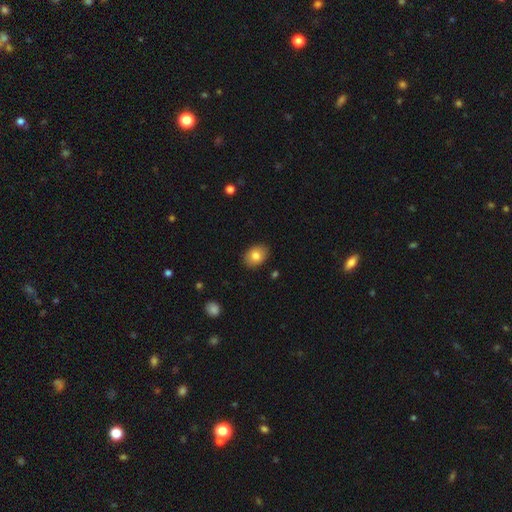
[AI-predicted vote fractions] Q: Smooth or featured?
A: smooth (82%); runner-up: featured or disk (10%)
Q: How rounded?
A: in between (72%); runner-up: round (27%)
Q: Merging?
A: none (88%); runner-up: minor disturbance (9%)